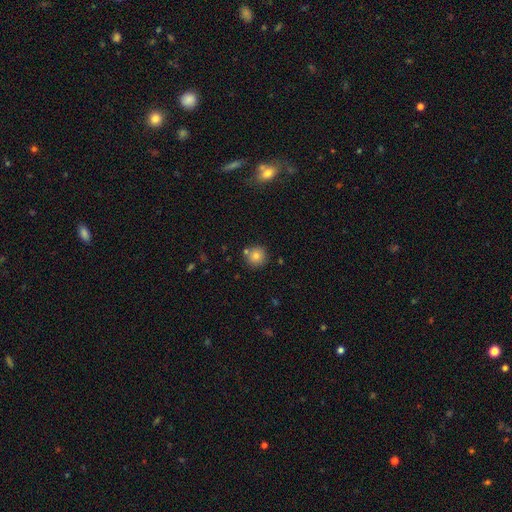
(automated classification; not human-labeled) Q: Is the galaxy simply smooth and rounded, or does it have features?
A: smooth — 80%.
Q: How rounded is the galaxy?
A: round — 94%.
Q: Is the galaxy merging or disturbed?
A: none — 81%.